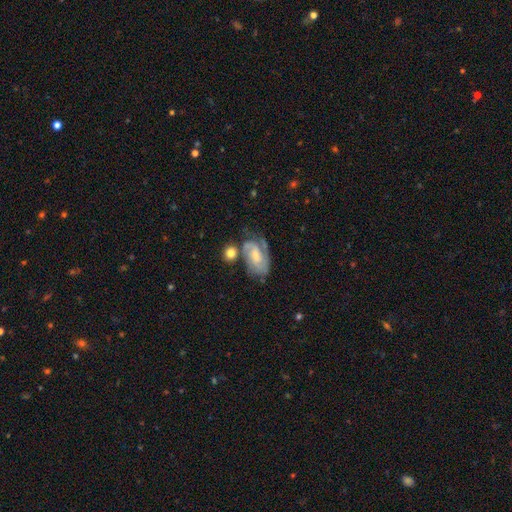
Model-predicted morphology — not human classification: type=featured or disk (70%); edge-on=no (96%); bar=weak (45%); spiral arms=yes (89%); winding=tight (43%); arm count=2 (57%); bulge=small (44%); merging=none (45%).